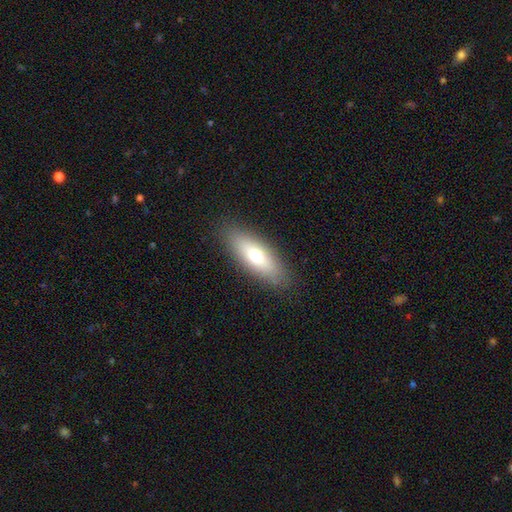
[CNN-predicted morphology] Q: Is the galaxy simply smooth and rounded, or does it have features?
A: smooth — 66%.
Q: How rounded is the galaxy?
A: in between — 63%.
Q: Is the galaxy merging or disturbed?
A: none — 88%.